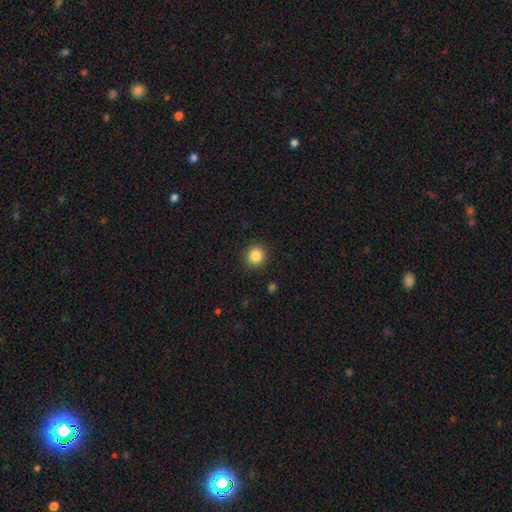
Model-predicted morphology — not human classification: smooth_or_featured: smooth (p=0.85) [alt: star or artifact p=0.10]
how_rounded: round (p=0.90) [alt: in between p=0.09]
merging: none (p=0.90) [alt: minor disturbance p=0.06]